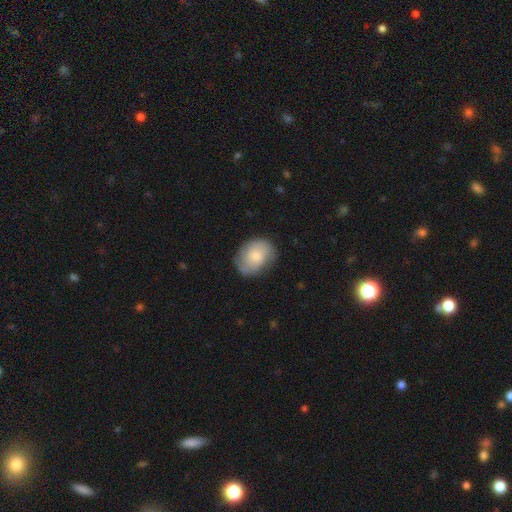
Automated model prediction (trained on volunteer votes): Smooth or featured? Predicted: smooth (p=0.55). How rounded? Predicted: in between (p=0.60). Merging? Predicted: none (p=0.71).